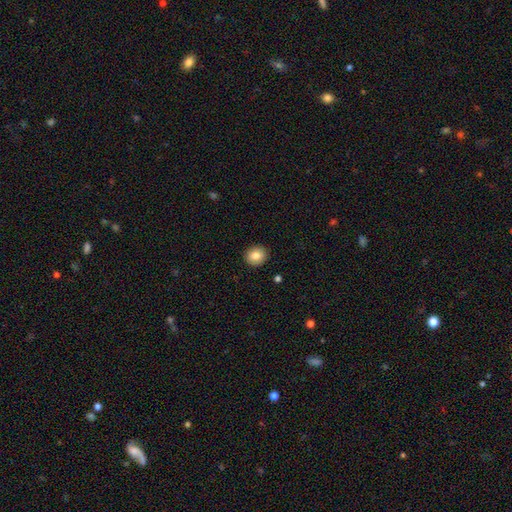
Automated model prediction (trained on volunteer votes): Smooth or featured? Predicted: smooth (p=0.83). How rounded? Predicted: round (p=0.81). Merging? Predicted: none (p=0.92).